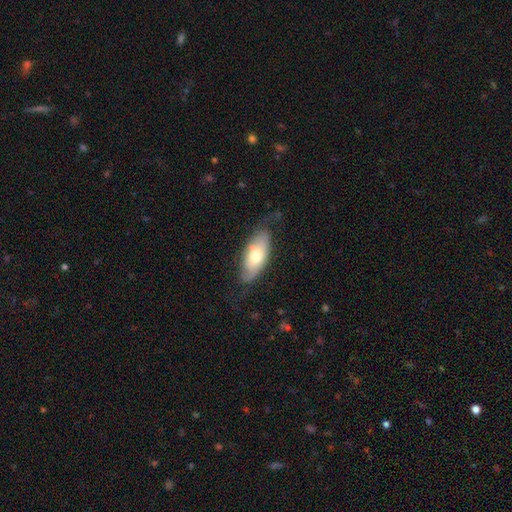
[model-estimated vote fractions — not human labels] Smooth or featured?
  - smooth: 55% *
  - featured or disk: 39%
  - star or artifact: 6%
How rounded?
  - in between: 86% *
  - cigar-shaped: 11%
  - round: 3%
Merging?
  - none: 59% *
  - minor disturbance: 27%
  - major disturbance: 11%
  - merger: 2%